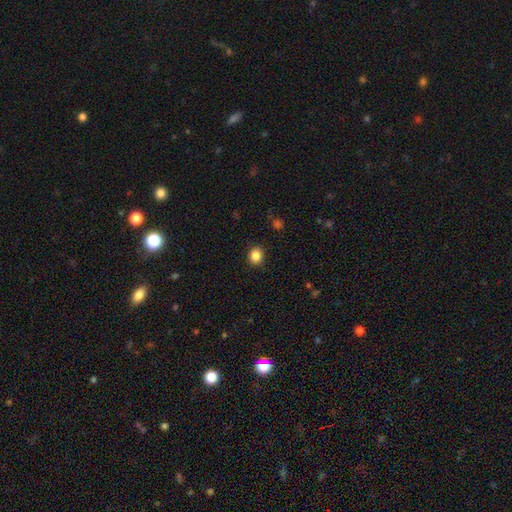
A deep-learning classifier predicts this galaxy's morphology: smooth_or_featured: smooth (p=0.86) [alt: star or artifact p=0.11]
how_rounded: round (p=0.78) [alt: in between p=0.21]
merging: none (p=0.90) [alt: minor disturbance p=0.07]